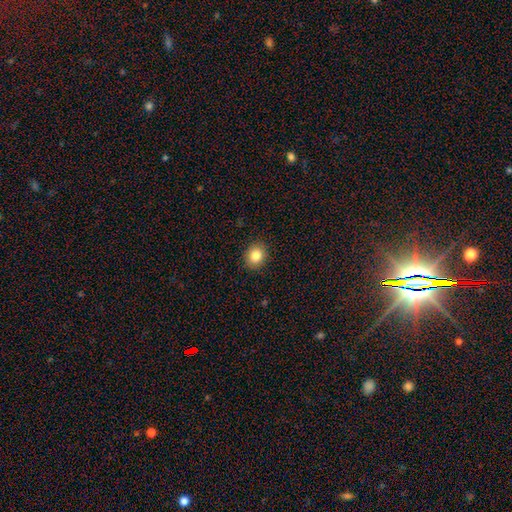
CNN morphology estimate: A smooth galaxy with no disk features (83%) that is round (68%).

Vote fractions:
- Smooth or featured? smooth: 83% / star or artifact: 10% / featured or disk: 7%
- How rounded? round: 68% / in between: 32% / cigar-shaped: 1%
- Merging? none: 90% / minor disturbance: 7% / major disturbance: 2% / merger: 1%